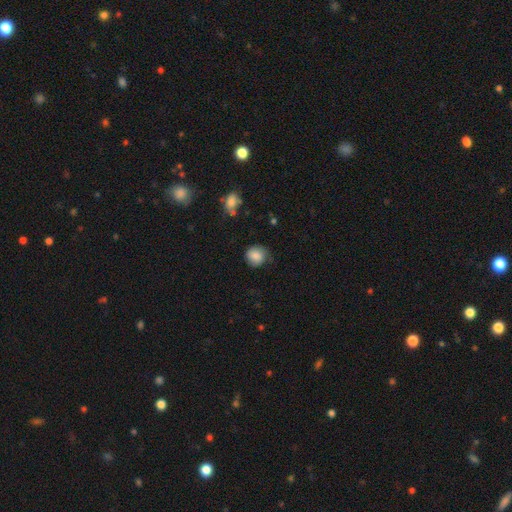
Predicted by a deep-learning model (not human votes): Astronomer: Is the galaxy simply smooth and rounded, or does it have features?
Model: smooth — 81%.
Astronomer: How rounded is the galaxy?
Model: round — 83%.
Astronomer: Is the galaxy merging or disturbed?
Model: none — 70%.